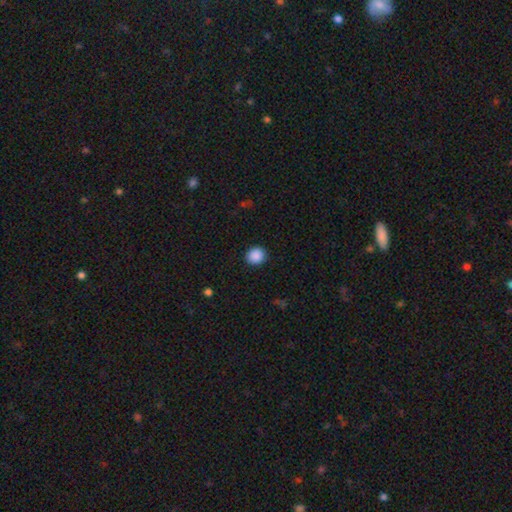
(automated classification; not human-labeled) Morphology: type=smooth (89%); roundness=round (83%); merging=none (91%).